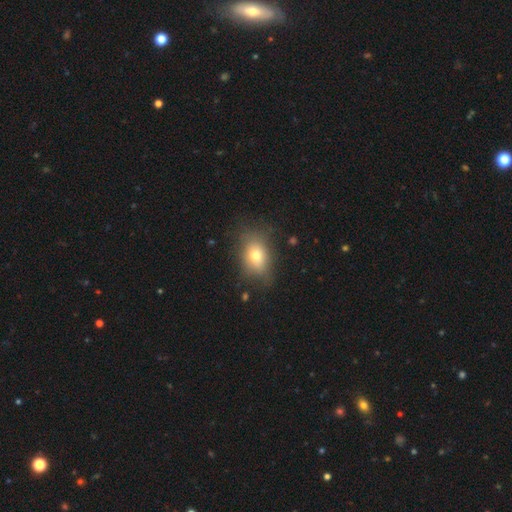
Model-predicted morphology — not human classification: smooth_or_featured: smooth (p=0.72) [alt: featured or disk p=0.17]
how_rounded: in between (p=0.76) [alt: round p=0.22]
merging: none (p=0.71) [alt: minor disturbance p=0.20]